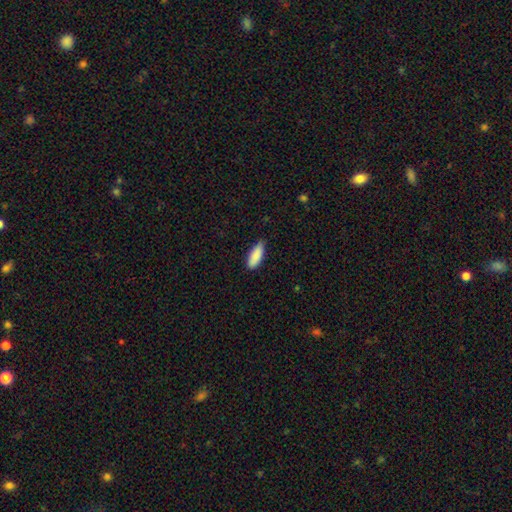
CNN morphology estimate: This appears to be a smooth galaxy with no disk features (88%) that is in between round and cigar-shaped (65%). Merging: none (77%).